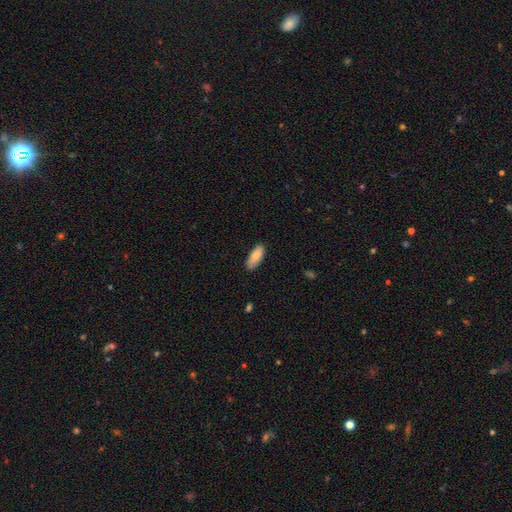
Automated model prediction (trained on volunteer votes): This appears to be a smooth galaxy with no disk features (81%) that is in between round and cigar-shaped (76%). Merging: none (83%).